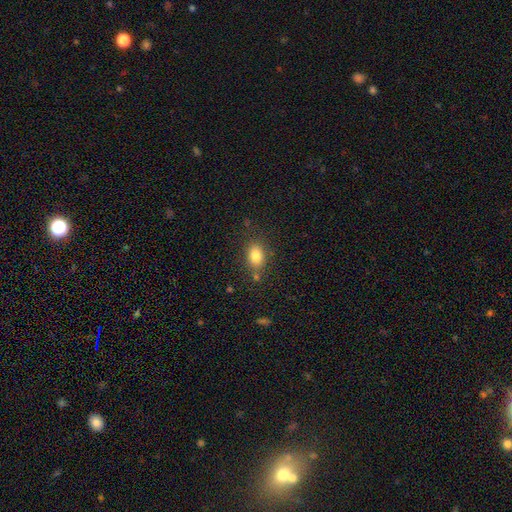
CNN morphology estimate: smooth_or_featured: smooth (p=0.83) [alt: star or artifact p=0.09]
how_rounded: in between (p=0.80) [alt: round p=0.19]
merging: none (p=0.76) [alt: minor disturbance p=0.14]